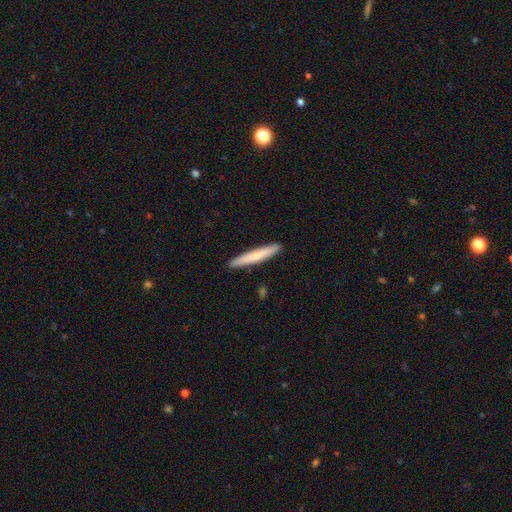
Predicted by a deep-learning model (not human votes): Smooth or featured? smooth (70%)
How rounded? cigar-shaped (95%)
Merging? none (91%)